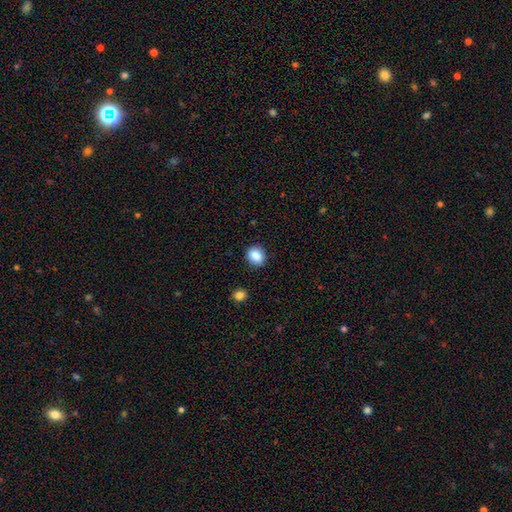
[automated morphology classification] smooth 87%, star or artifact 9%, featured or disk 4%. Down the decision tree: how rounded — round (66%); merging — none (88%).